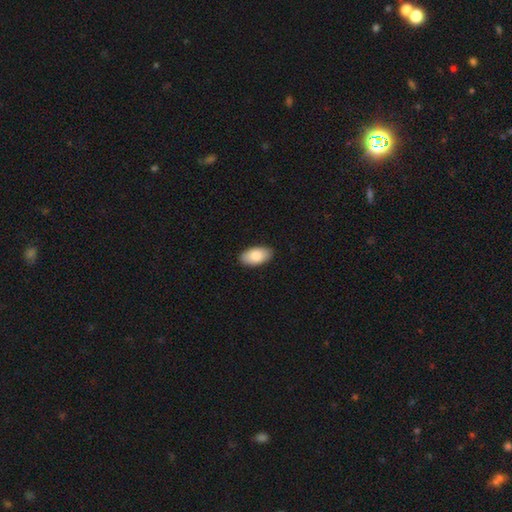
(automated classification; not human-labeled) smooth 85%, featured or disk 9%, star or artifact 6%. Down the decision tree: how rounded — in between (96%); merging — none (89%).